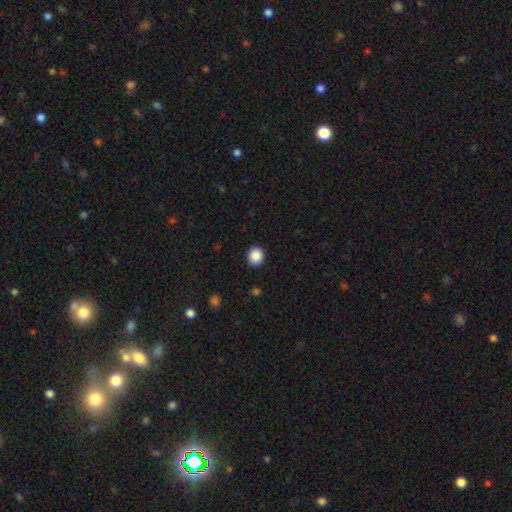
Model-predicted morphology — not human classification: A smooth galaxy with no disk features (88%) that is round (82%).

Vote fractions:
- Smooth or featured? smooth: 88% / star or artifact: 9% / featured or disk: 3%
- How rounded? round: 82% / in between: 17% / cigar-shaped: 1%
- Merging? none: 91% / minor disturbance: 6% / major disturbance: 2% / merger: 1%